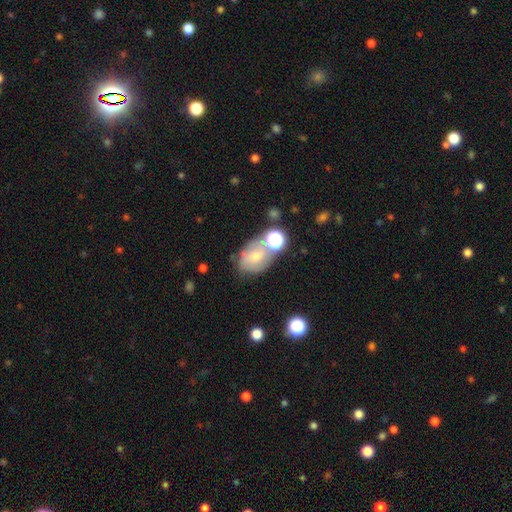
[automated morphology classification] smooth 48%, featured or disk 37%, star or artifact 14%. Down the decision tree: merging — none (41%).